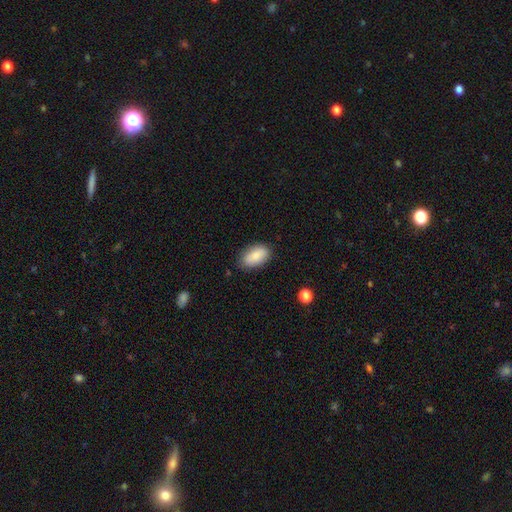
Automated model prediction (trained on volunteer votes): Overall: smooth (87%). How rounded: in between (93%). Merging: none (81%).